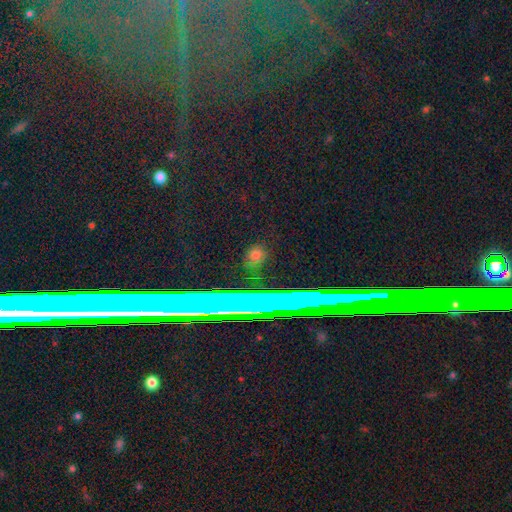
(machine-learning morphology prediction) smooth-or-featured: smooth: 54% | star or artifact: 37% | featured or disk: 9%
  how-rounded: round: 76% | in between: 19% | cigar-shaped: 5%
  merging: none: 89% | minor disturbance: 7% | major disturbance: 2% | merger: 2%